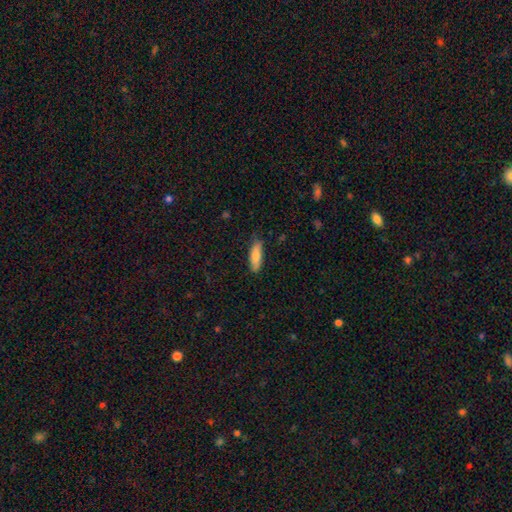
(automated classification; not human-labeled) This is likely a smooth galaxy (79%). How rounded: possibly cigar-shaped (49%, tied with in between). Merging: clearly none (83%).